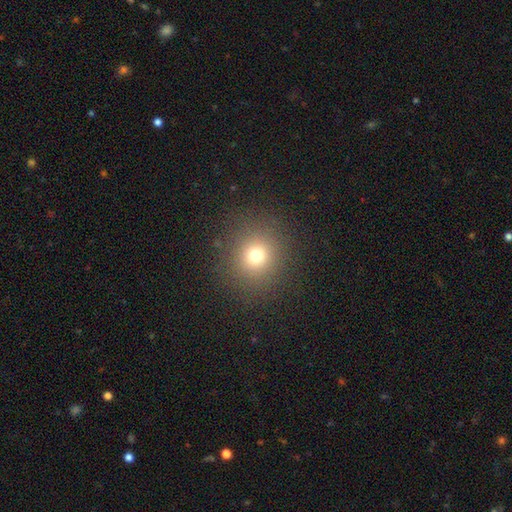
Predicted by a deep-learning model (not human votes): This is likely a smooth galaxy (72%). How rounded: clearly round (87%). Merging: clearly none (88%).